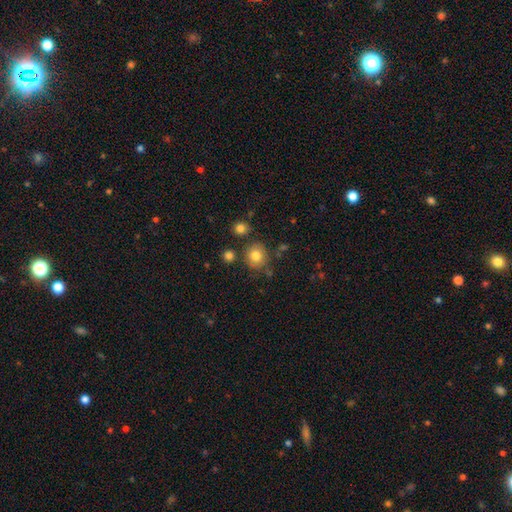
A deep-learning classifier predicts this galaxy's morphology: Smooth or featured?
  - smooth: 80% *
  - star or artifact: 11%
  - featured or disk: 9%
How rounded?
  - round: 84% *
  - in between: 15%
  - cigar-shaped: 1%
Merging?
  - none: 78% *
  - minor disturbance: 12%
  - merger: 6%
  - major disturbance: 4%